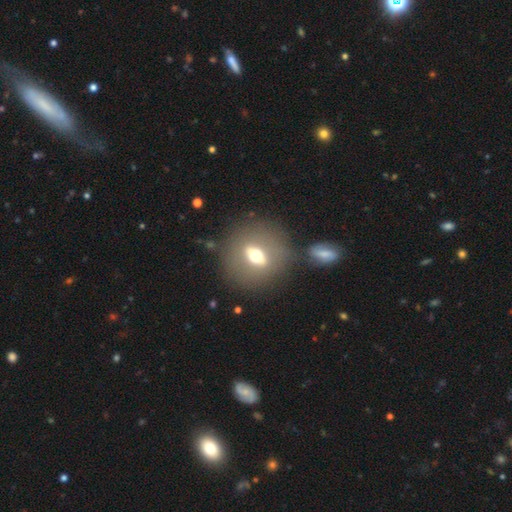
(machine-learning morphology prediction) This appears to be a featured or disk galaxy (46%). Merging: none (74%).